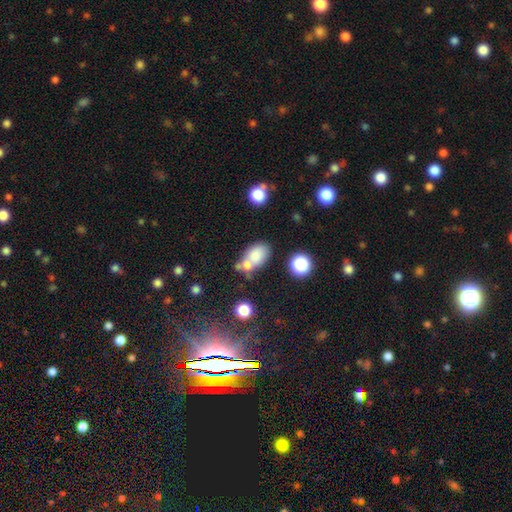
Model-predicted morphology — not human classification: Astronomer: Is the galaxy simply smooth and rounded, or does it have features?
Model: smooth — 75%.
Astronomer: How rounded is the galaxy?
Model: in between — 81%.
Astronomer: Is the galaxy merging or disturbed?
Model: merger — 40% (runner-up: none, 38%).